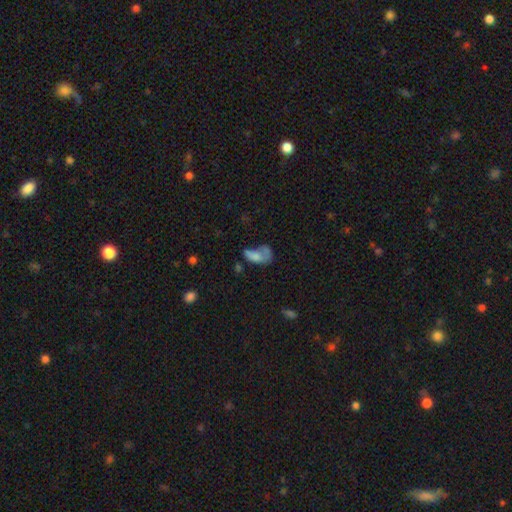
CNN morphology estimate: Smooth or featured?
  - smooth: 63% *
  - featured or disk: 24%
  - star or artifact: 12%
How rounded?
  - in between: 86% *
  - round: 8%
  - cigar-shaped: 6%
Merging?
  - major disturbance: 36% *
  - merger: 25%
  - none: 22%
  - minor disturbance: 17%